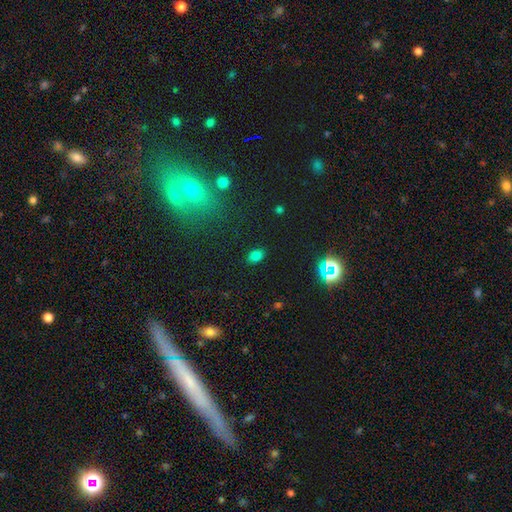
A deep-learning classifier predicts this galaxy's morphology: Smooth or featured?
  - smooth: 77% *
  - star or artifact: 18%
  - featured or disk: 5%
How rounded?
  - in between: 78% *
  - round: 20%
  - cigar-shaped: 2%
Merging?
  - none: 86% *
  - minor disturbance: 10%
  - major disturbance: 3%
  - merger: 1%